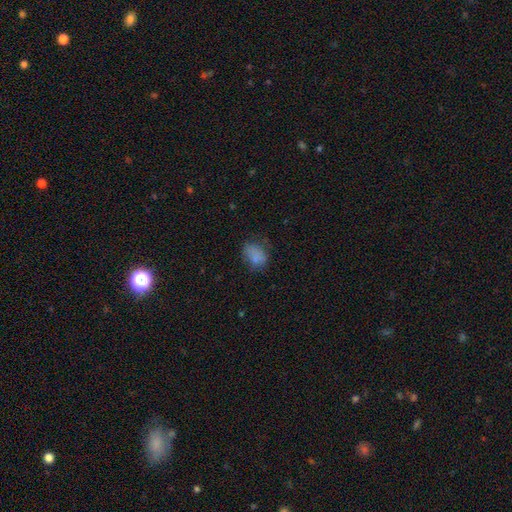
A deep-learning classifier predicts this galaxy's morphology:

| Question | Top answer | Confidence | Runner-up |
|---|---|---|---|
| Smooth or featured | smooth | 76% | featured or disk (12%) |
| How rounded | in between | 68% | round (31%) |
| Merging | none | 56% | minor disturbance (27%) |